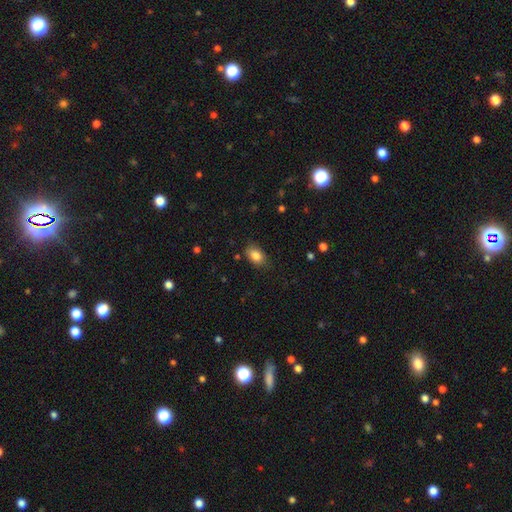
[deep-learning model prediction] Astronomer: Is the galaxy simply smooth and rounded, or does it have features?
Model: smooth — 84%.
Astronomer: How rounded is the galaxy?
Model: in between — 86%.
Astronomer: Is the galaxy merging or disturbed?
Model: none — 79%.